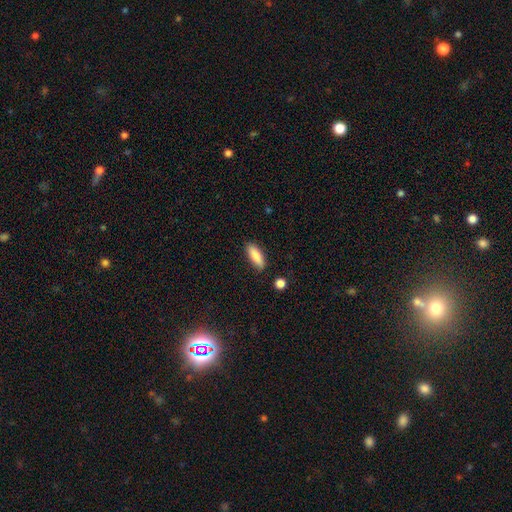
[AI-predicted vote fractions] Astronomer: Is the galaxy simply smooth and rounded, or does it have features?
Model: smooth — 85%.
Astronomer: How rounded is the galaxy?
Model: in between — 63%.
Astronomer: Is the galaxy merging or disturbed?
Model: none — 84%.